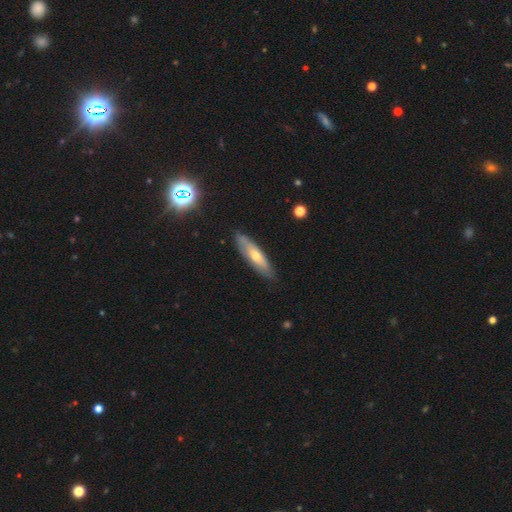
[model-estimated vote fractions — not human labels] The model was most divided on "smooth or featured": featured or disk: 50%, smooth: 43%, star or artifact: 8%. More confident: merging — none (84%).